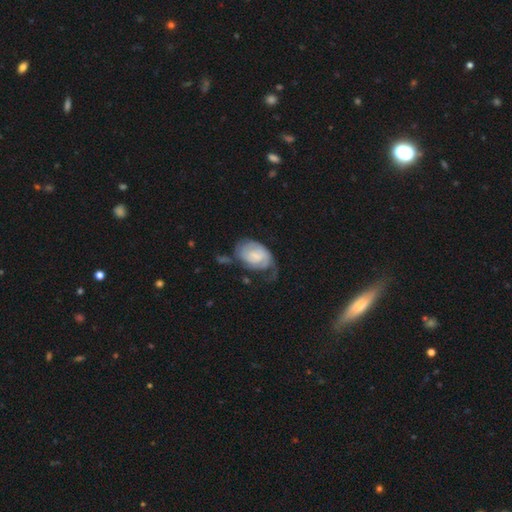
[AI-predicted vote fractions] smooth_or_featured: featured or disk (p=0.63) [alt: smooth p=0.30]
disk_edge_on: no (p=0.97) [alt: yes p=0.03]
bar: no (p=0.52) [alt: weak p=0.40]
has_spiral_arms: yes (p=0.86) [alt: no p=0.14]
spiral_winding: tight (p=0.49) [alt: medium p=0.34]
spiral_arm_count: 2 (p=0.42) [alt: can't tell p=0.29]
bulge_size: small (p=0.41) [alt: moderate p=0.25]
merging: major disturbance (p=0.34) [alt: none p=0.32]